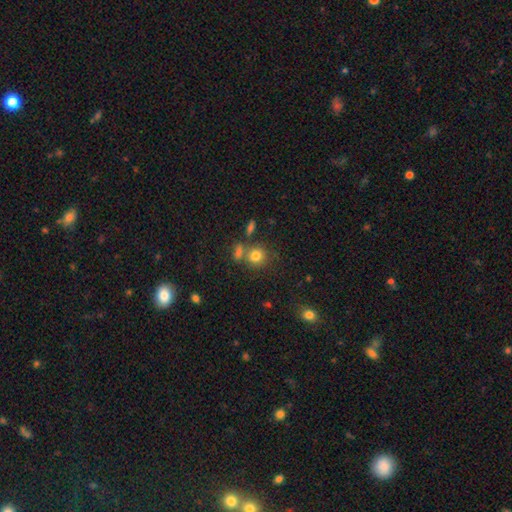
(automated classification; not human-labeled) The model was most divided on "merging": none: 64%, merger: 21%, minor disturbance: 11%, major disturbance: 5%. More confident: how rounded — round (83%); smooth or featured — smooth (78%).